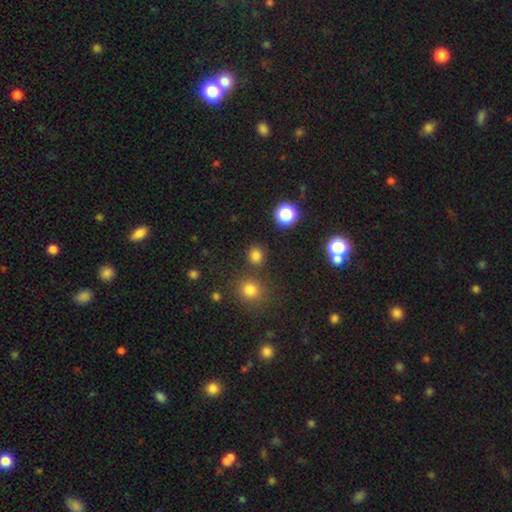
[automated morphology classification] type=smooth (78%); roundness=round (85%); merging=none (82%).